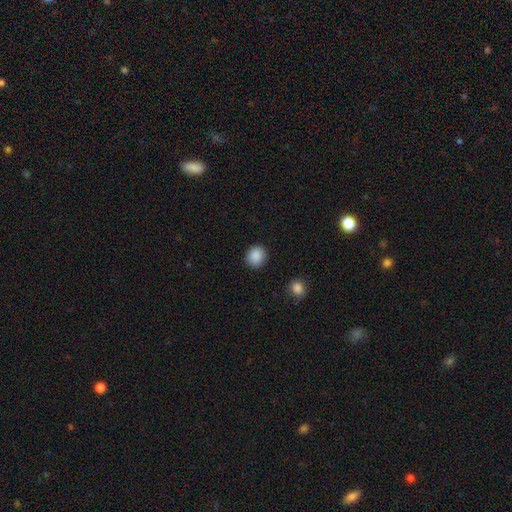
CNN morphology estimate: smooth 89%, star or artifact 8%, featured or disk 3%. Down the decision tree: how rounded — round (83%); merging — none (89%).